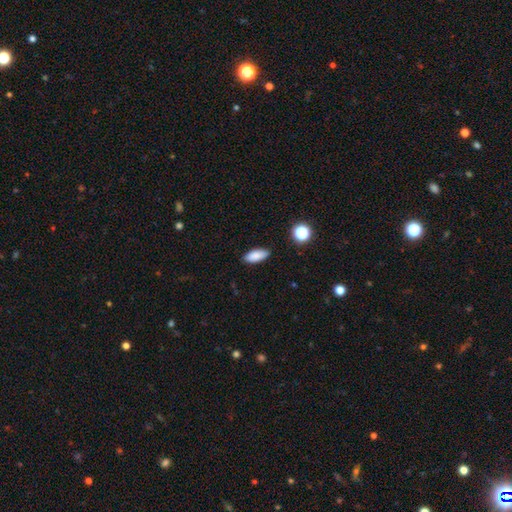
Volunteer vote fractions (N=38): smooth-or-featured: smooth: 89% | star or artifact: 8% | featured or disk: 3%
  how-rounded: in between: 91% | cigar-shaped: 6% | round: 3%
  merging: none: 83% | minor disturbance: 14% | major disturbance: 3% | merger: 0%